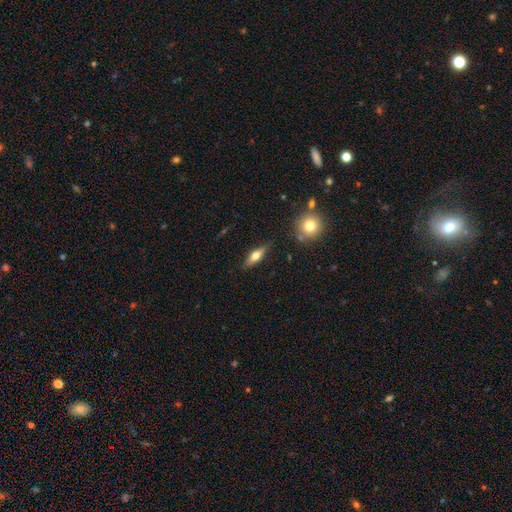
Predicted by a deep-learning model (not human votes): Smooth or featured? Predicted: smooth (p=0.51). How rounded? Predicted: cigar-shaped (p=0.52). Merging? Predicted: none (p=0.83).